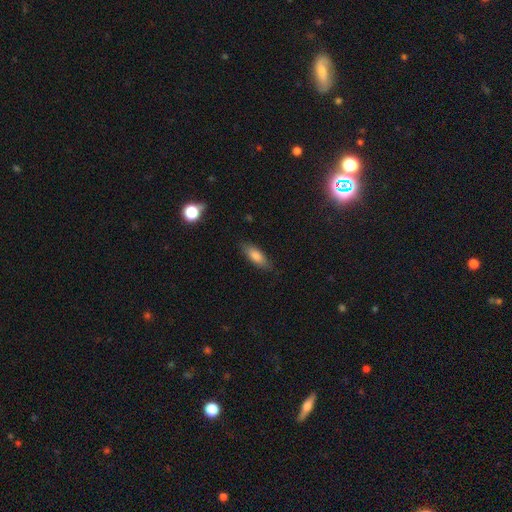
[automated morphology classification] A smooth galaxy with no disk features (80%) that is in between round and cigar-shaped (65%). Merging: none (83%).